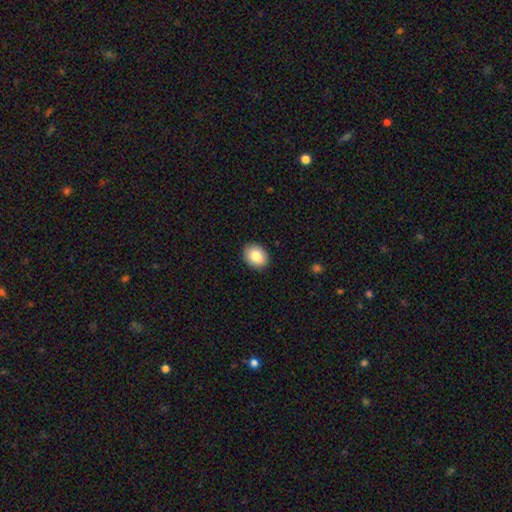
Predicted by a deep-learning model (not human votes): A smooth galaxy with no disk features (84%) that is in between round and cigar-shaped (55%).

Vote fractions:
- Smooth or featured? smooth: 84% / featured or disk: 8% / star or artifact: 8%
- How rounded? in between: 55% / round: 44% / cigar-shaped: 1%
- Merging? none: 90% / minor disturbance: 8% / major disturbance: 2% / merger: 1%